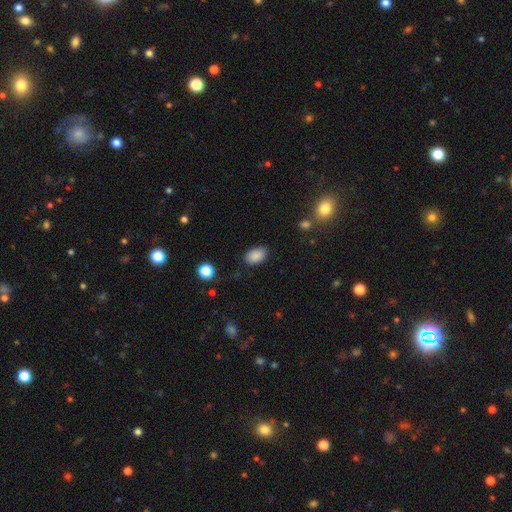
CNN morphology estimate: Overall: smooth (88%). How rounded: in between (89%). Merging: none (85%).